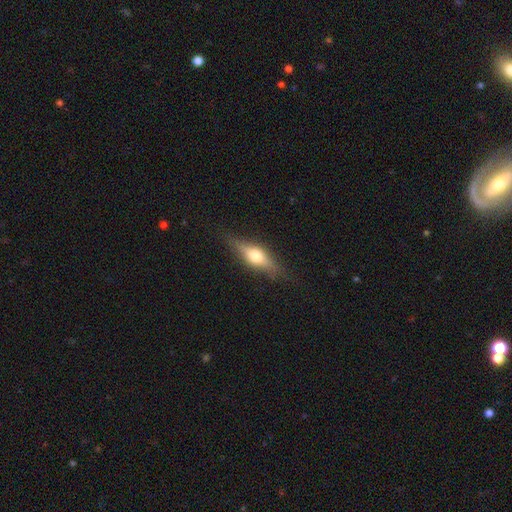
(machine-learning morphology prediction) Smooth or featured? Predicted: featured or disk (p=0.49). Merging? Predicted: none (p=0.81).